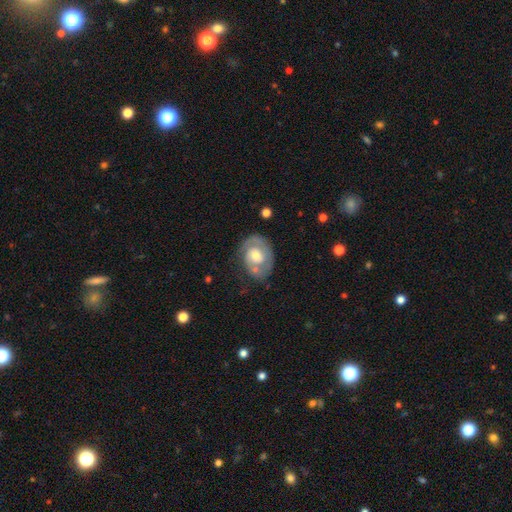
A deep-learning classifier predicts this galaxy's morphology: This appears to be a featured or disk galaxy (67%) with no bar (74%), spiral arms (74%) and a moderate central bulge (59%). Merging: none (58%).